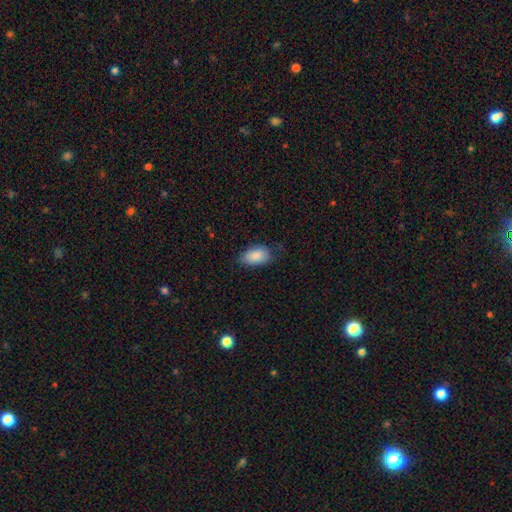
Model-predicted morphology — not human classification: The model was most divided on "merging": none: 70%, minor disturbance: 24%, major disturbance: 6%, merger: 1%. More confident: how rounded — in between (93%); smooth or featured — smooth (88%).